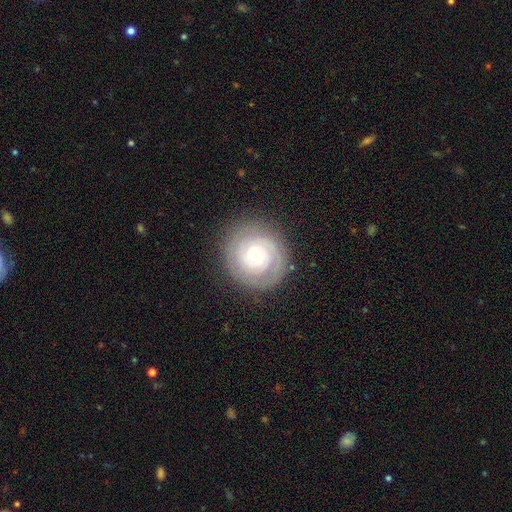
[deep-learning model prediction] Q: Smooth or featured?
A: featured or disk (73%); runner-up: smooth (21%)
Q: Edge-on disk?
A: no (97%); runner-up: yes (3%)
Q: Bar?
A: no (78%); runner-up: weak (18%)
Q: Spiral arms?
A: yes (88%); runner-up: no (12%)
Q: Spiral winding?
A: tight (77%); runner-up: medium (18%)
Q: Spiral arm count?
A: 2 (42%); runner-up: can't tell (28%)
Q: Bulge size?
A: small (49%); runner-up: moderate (45%)
Q: Merging?
A: none (85%); runner-up: minor disturbance (10%)